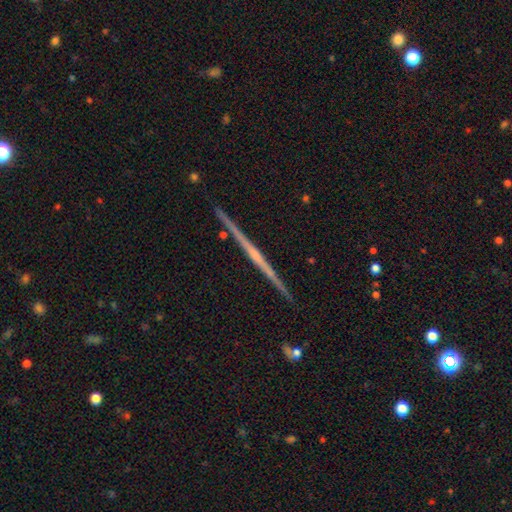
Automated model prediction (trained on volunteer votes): This appears to be a featured or disk galaxy (79%) viewed edge-on (99%) with no central bulge (63%). Merging: none (92%).